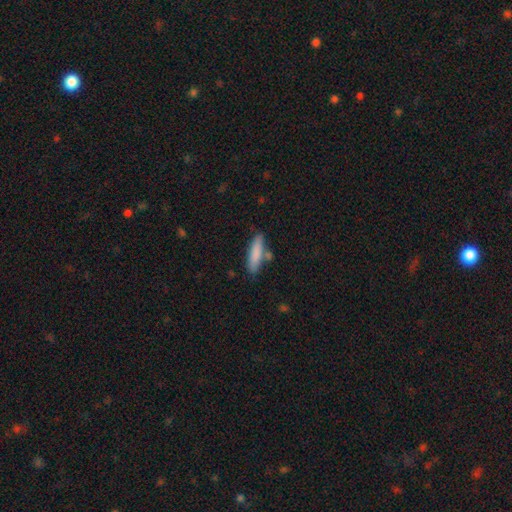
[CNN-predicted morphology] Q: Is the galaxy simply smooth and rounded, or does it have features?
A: smooth — 82%.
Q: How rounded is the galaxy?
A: cigar-shaped — 68%.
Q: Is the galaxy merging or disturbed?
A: none — 71%.